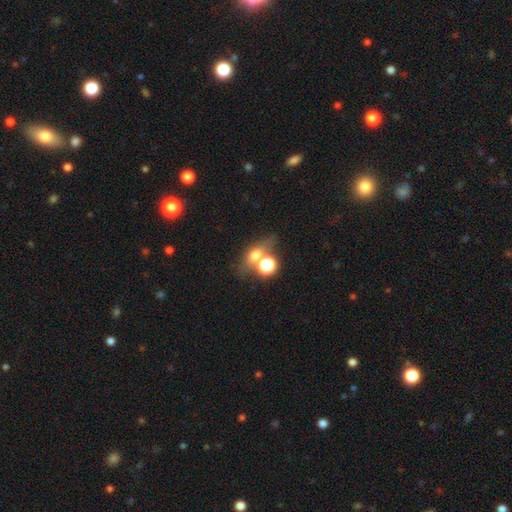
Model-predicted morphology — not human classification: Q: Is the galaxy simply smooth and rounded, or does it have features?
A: smooth — 60%.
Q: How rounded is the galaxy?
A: round — 48%.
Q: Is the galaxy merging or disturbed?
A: none — 48%.